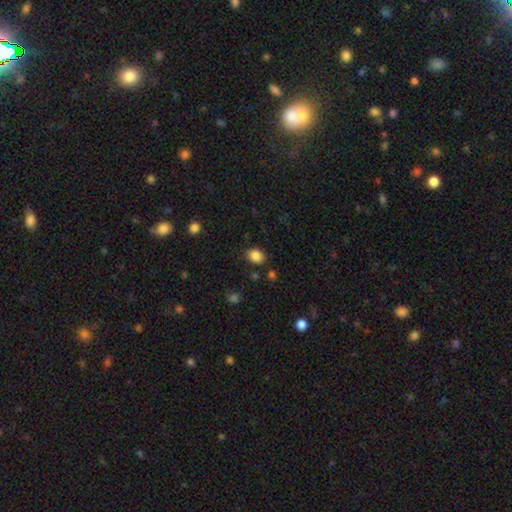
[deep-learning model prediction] smooth-or-featured: smooth: 86% | star or artifact: 10% | featured or disk: 4%
  how-rounded: in between: 60% | round: 39% | cigar-shaped: 1%
  merging: none: 83% | minor disturbance: 11% | major disturbance: 3% | merger: 3%